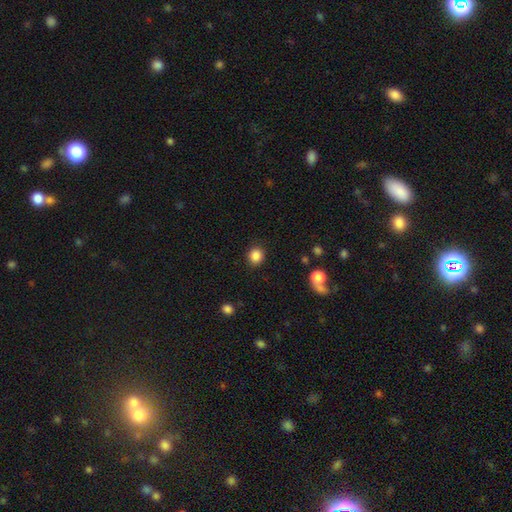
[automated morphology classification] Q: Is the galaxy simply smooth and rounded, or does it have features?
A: smooth — 86%.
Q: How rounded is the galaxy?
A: round — 87%.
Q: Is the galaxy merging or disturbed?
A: none — 90%.